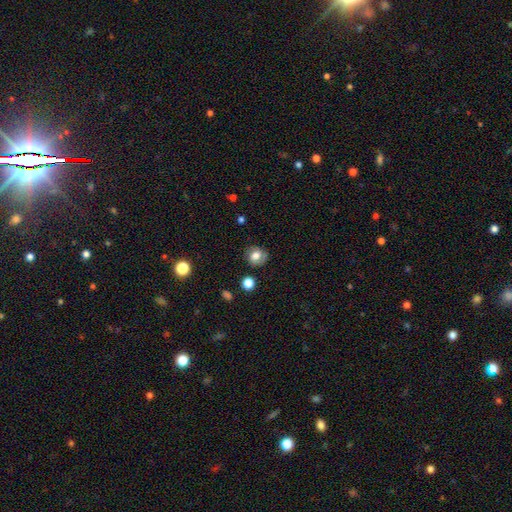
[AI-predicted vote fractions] Smooth or featured? smooth (68%)
How rounded? round (78%)
Merging? none (77%)